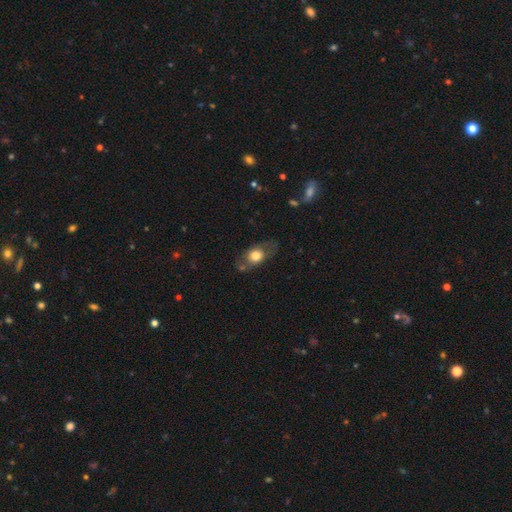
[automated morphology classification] smooth-or-featured: smooth: 63% | featured or disk: 29% | star or artifact: 7%
  how-rounded: in between: 63% | round: 32% | cigar-shaped: 5%
  merging: none: 62% | minor disturbance: 22% | major disturbance: 11% | merger: 5%